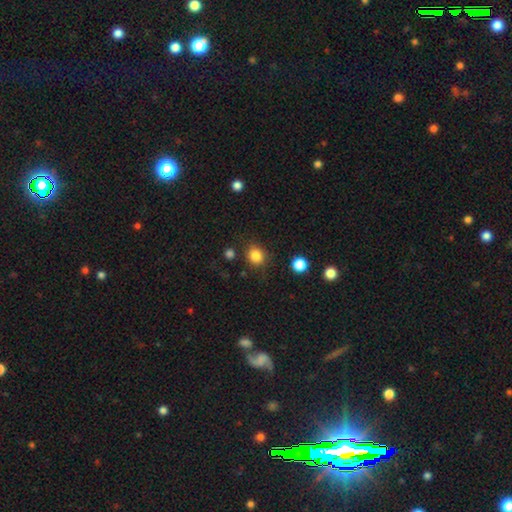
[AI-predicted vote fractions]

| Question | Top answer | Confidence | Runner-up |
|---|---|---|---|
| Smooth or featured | smooth | 84% | star or artifact (12%) |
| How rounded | round | 76% | in between (23%) |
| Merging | none | 81% | minor disturbance (12%) |